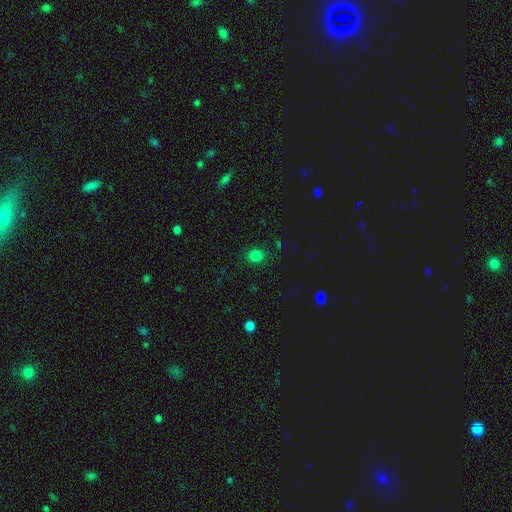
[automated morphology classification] This appears to be a smooth galaxy with no disk features (80%) that is round (72%). Merging: none (84%).